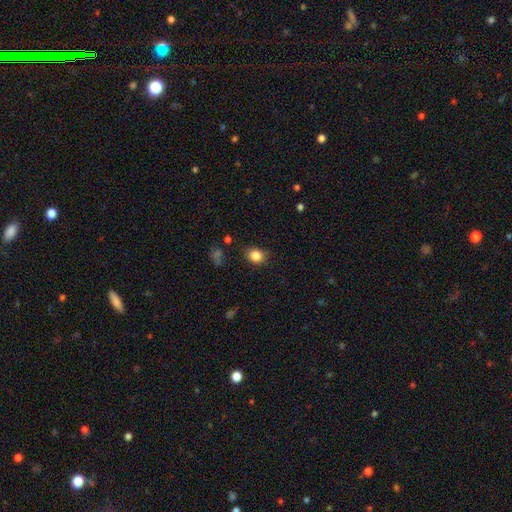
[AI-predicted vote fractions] Smooth or featured? smooth (84%)
How rounded? round (57%)
Merging? none (83%)